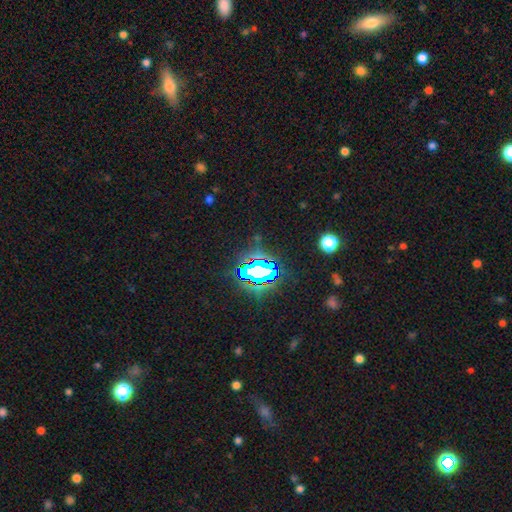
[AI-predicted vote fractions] Smooth or featured?
  - star or artifact: 80% *
  - smooth: 12%
  - featured or disk: 7%